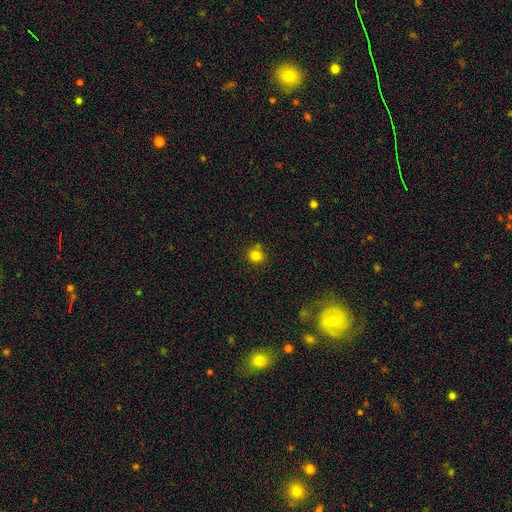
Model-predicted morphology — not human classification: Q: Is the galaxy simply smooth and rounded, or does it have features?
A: smooth — 81%.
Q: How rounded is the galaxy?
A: round — 86%.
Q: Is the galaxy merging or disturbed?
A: none — 76%.